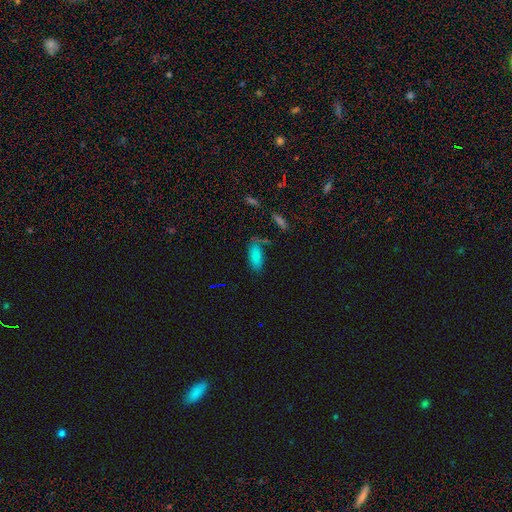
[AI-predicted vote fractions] smooth-or-featured: smooth: 75% | star or artifact: 16% | featured or disk: 9%
  how-rounded: in between: 81% | cigar-shaped: 16% | round: 3%
  merging: none: 65% | minor disturbance: 20% | merger: 8% | major disturbance: 7%